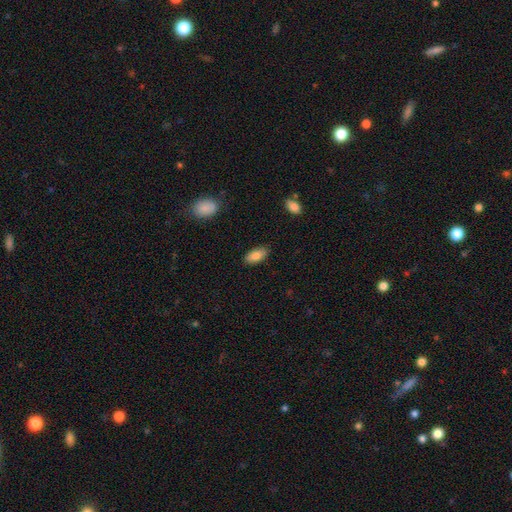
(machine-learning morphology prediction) A smooth galaxy with no disk features (85%) that is in between round and cigar-shaped (90%). Merging: none (87%).